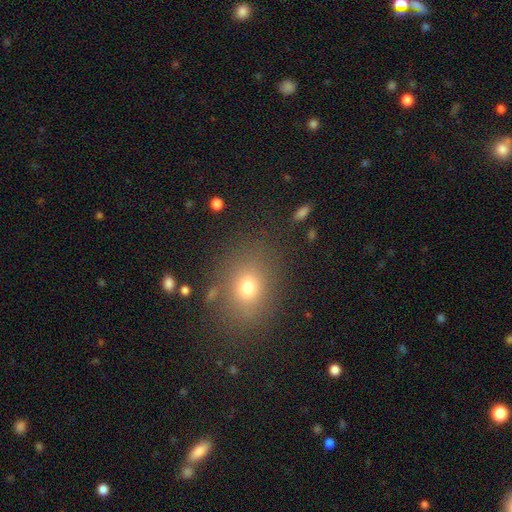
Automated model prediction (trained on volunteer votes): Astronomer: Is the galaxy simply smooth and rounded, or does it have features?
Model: smooth — 68%.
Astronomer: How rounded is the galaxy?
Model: in between — 51% (runner-up: round, 47%).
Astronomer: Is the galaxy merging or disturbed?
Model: none — 84%.